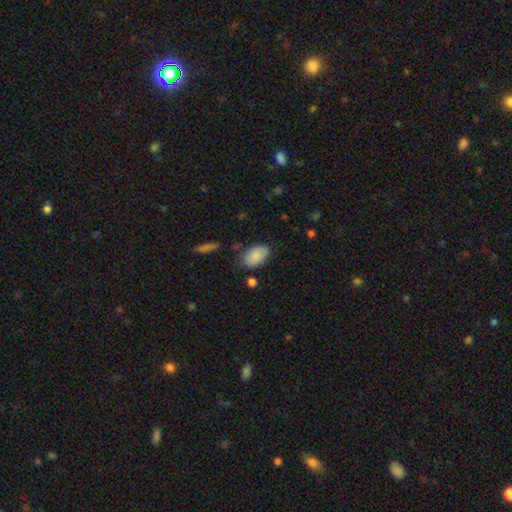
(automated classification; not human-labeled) Smooth or featured? smooth (86%)
How rounded? in between (93%)
Merging? none (72%)